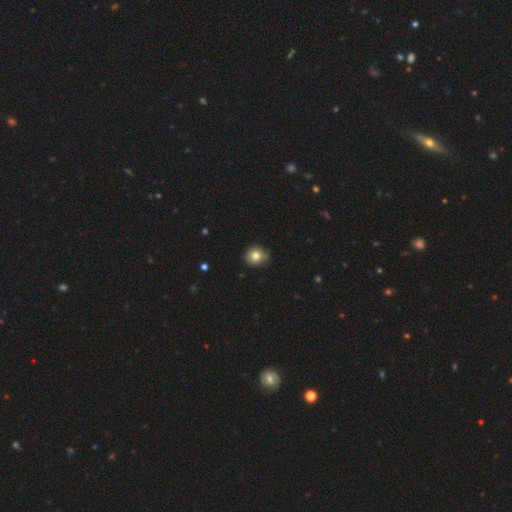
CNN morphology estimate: Smooth or featured?
  - smooth: 81% *
  - star or artifact: 10%
  - featured or disk: 9%
How rounded?
  - round: 78% *
  - in between: 21%
  - cigar-shaped: 1%
Merging?
  - none: 79% *
  - minor disturbance: 17%
  - major disturbance: 2%
  - merger: 1%